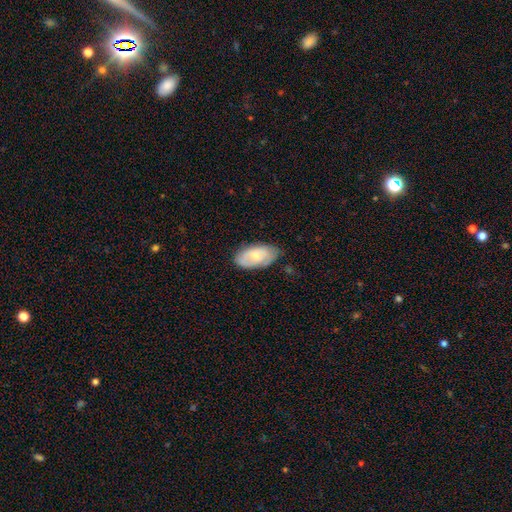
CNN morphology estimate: Smooth or featured? Predicted: smooth (p=0.61). How rounded? Predicted: in between (p=0.94). Merging? Predicted: none (p=0.71).